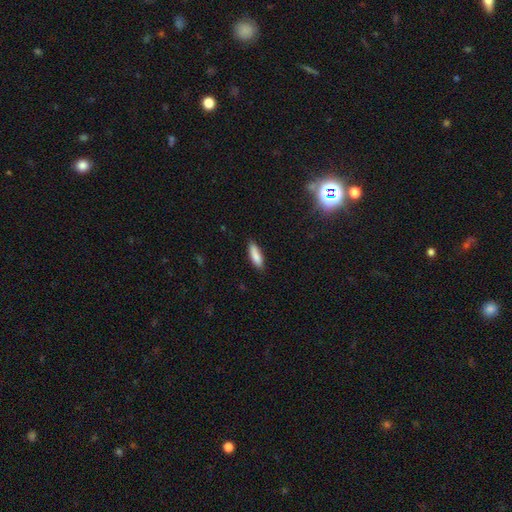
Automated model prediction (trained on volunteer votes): This is clearly a smooth galaxy (87%). How rounded: possibly cigar-shaped (49%, tied with in between). Merging: clearly none (86%).